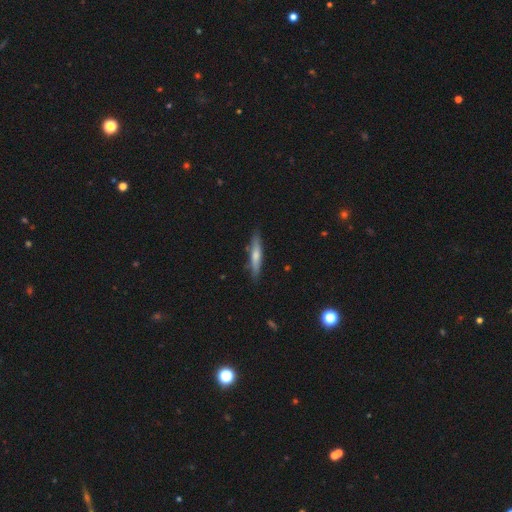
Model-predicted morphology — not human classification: Smooth or featured: smooth — 60% (featured or disk — 34%)
How rounded: cigar-shaped — 88% (in between — 11%)
Merging: none — 83% (minor disturbance — 12%)